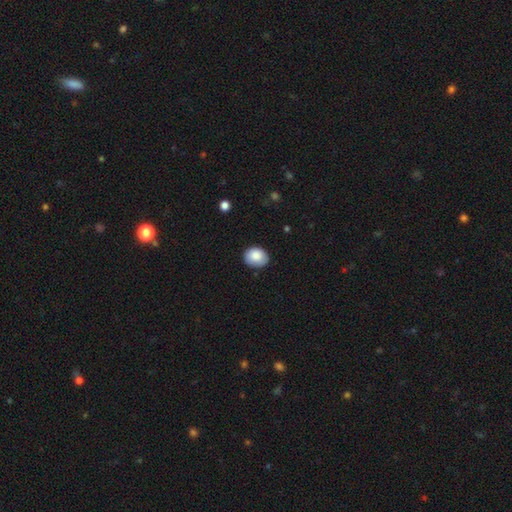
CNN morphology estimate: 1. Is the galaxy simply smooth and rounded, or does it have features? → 86% smooth, 8% star or artifact, 7% featured or disk.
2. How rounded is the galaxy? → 51% in between, 48% round, 1% cigar-shaped.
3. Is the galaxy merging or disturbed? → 79% none, 17% minor disturbance, 3% major disturbance, 1% merger.